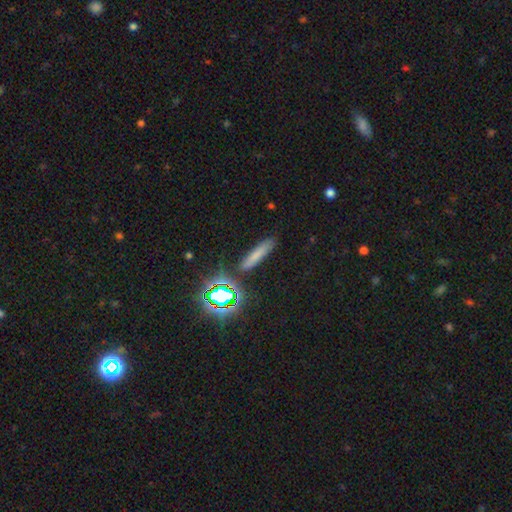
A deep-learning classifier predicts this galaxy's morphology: Smooth or featured? Predicted: smooth (p=0.66). How rounded? Predicted: cigar-shaped (p=0.83). Merging? Predicted: none (p=0.84).